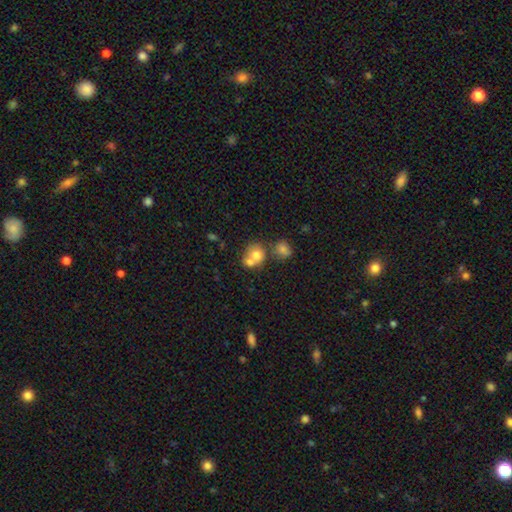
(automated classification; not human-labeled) Overall: smooth (71%). How rounded: round (74%). Merging: merger (57%; none 32%).